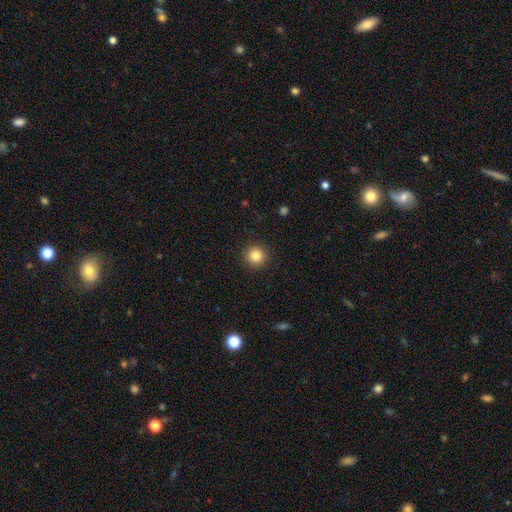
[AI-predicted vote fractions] smooth 83%, star or artifact 11%, featured or disk 6%. Down the decision tree: how rounded — round (95%); merging — none (92%).